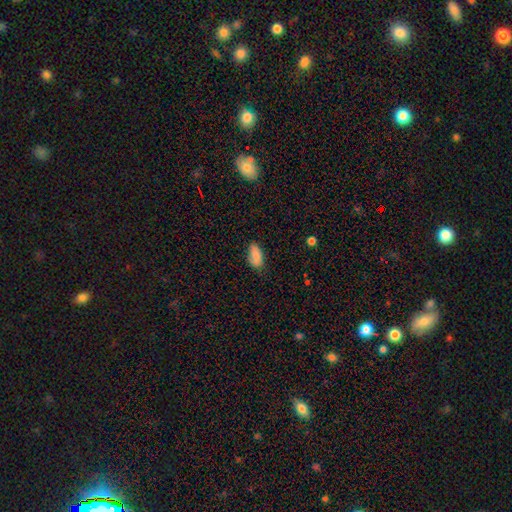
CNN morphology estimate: Smooth or featured: smooth — 84% (featured or disk — 9%)
How rounded: in between — 91% (cigar-shaped — 6%)
Merging: none — 76% (minor disturbance — 20%)